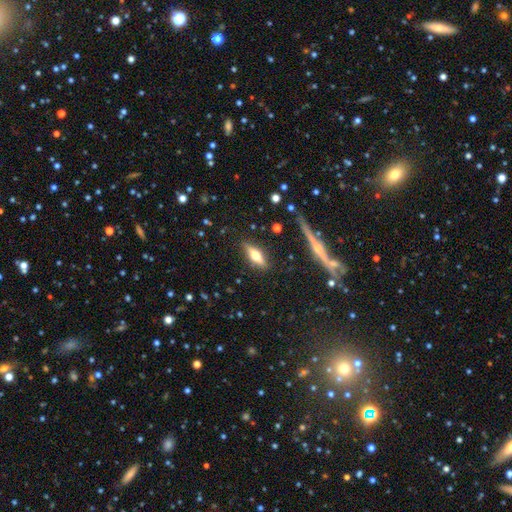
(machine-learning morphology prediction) Q: Smooth or featured?
A: smooth (47%); runner-up: featured or disk (45%)
Q: Merging?
A: none (84%); runner-up: minor disturbance (11%)